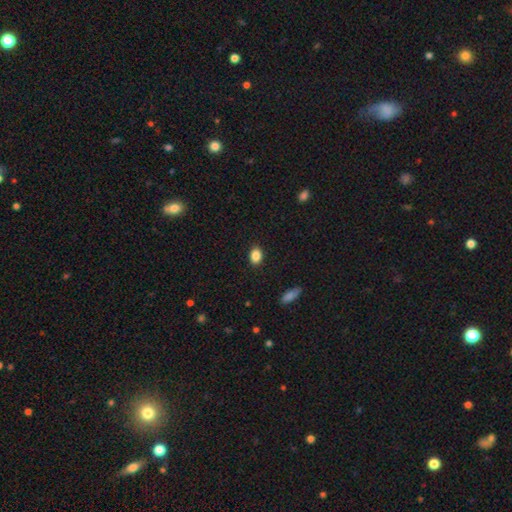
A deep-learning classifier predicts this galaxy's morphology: Smooth or featured? Predicted: smooth (p=0.87). How rounded? Predicted: in between (p=0.76). Merging? Predicted: none (p=0.89).